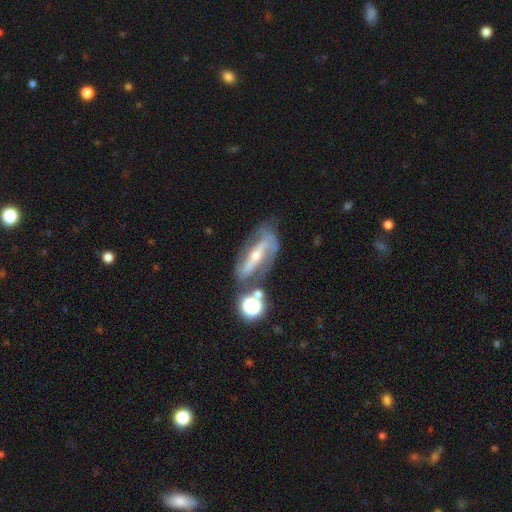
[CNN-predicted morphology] A featured or disk galaxy (82%) with a strong bar (61%), 2 (83%) medium (39%) spiral arms (86%) and a small central bulge (55%).

Vote fractions:
- Smooth or featured? featured or disk: 82% / smooth: 10% / star or artifact: 8%
- Edge-on disk? no: 84% / yes: 16%
- Bar? strong: 61% / weak: 20% / no: 19%
- Spiral arms? yes: 86% / no: 14%
- Spiral winding? medium: 39% / loose: 35% / tight: 27%
- Spiral arm count? 2: 83% / can't tell: 10% / 1: 3% / 3: 2% / 4: 1% / more than 4: 1%
- Bulge size? small: 55% / moderate: 41% / large: 2% / none: 1% / dominant: 1%
- Merging? none: 62% / minor disturbance: 19% / major disturbance: 11% / merger: 9%